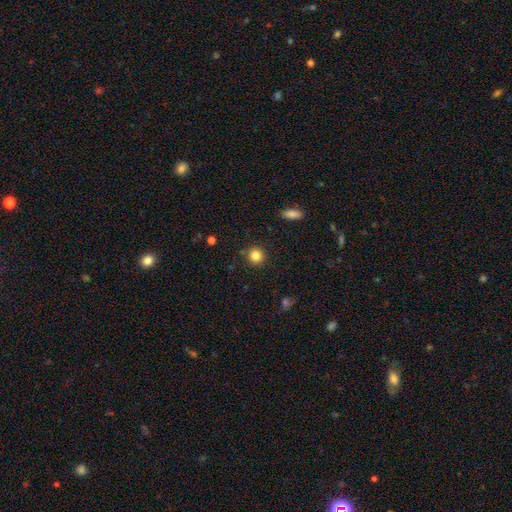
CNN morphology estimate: Overall: smooth (84%). How rounded: round (92%). Merging: none (89%).